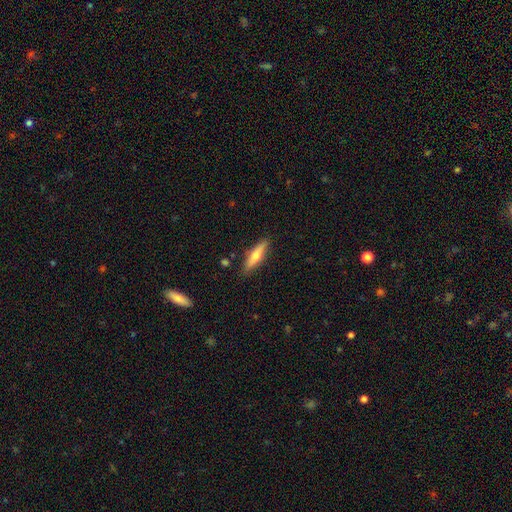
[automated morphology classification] Smooth or featured?
  - smooth: 49% *
  - featured or disk: 46%
  - star or artifact: 6%
Merging?
  - none: 87% *
  - minor disturbance: 9%
  - major disturbance: 2%
  - merger: 2%